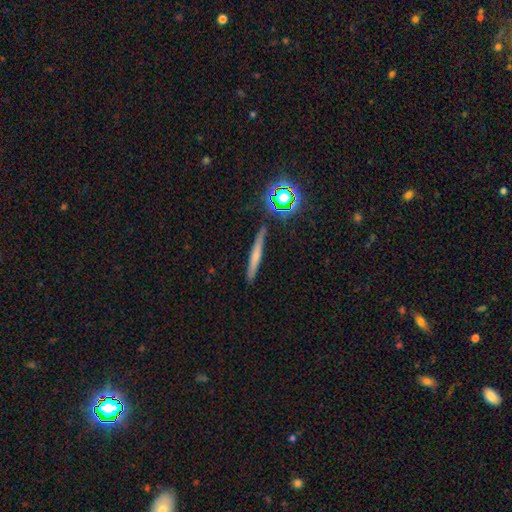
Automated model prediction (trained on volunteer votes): Q: Smooth or featured?
A: smooth (53%); runner-up: featured or disk (34%)
Q: How rounded?
A: cigar-shaped (92%); runner-up: in between (4%)
Q: Merging?
A: none (87%); runner-up: minor disturbance (9%)